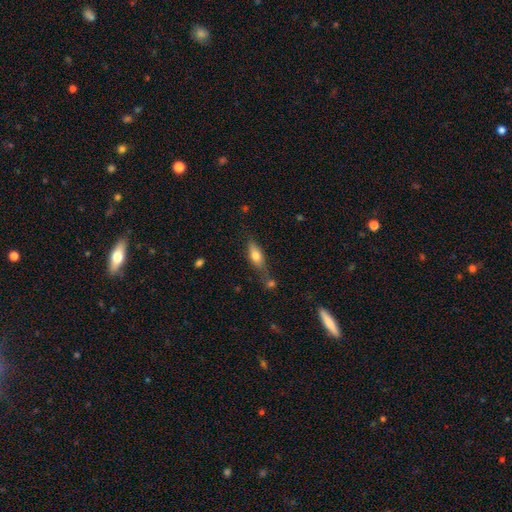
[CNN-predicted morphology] A smooth galaxy with no disk features (70%) that is in between round and cigar-shaped (66%). Merging: none (55%).